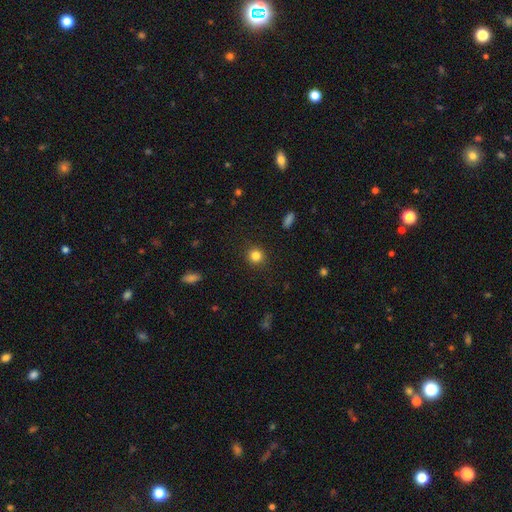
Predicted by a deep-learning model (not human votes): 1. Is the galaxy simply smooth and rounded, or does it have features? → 83% smooth, 12% star or artifact, 5% featured or disk.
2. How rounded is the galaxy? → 90% round, 9% in between, 1% cigar-shaped.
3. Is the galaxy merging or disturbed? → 91% none, 6% minor disturbance, 2% major disturbance, 1% merger.